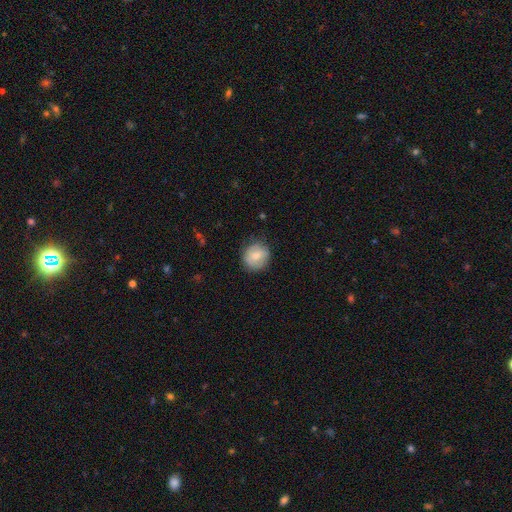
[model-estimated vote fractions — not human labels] Overall: smooth (69%). How rounded: round (87%). Merging: none (79%).